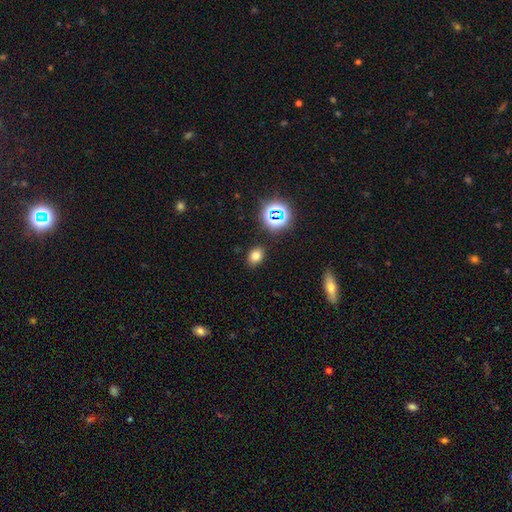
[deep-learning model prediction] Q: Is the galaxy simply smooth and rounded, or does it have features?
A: smooth — 73%.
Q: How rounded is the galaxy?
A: in between — 66%.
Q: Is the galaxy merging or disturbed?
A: none — 86%.